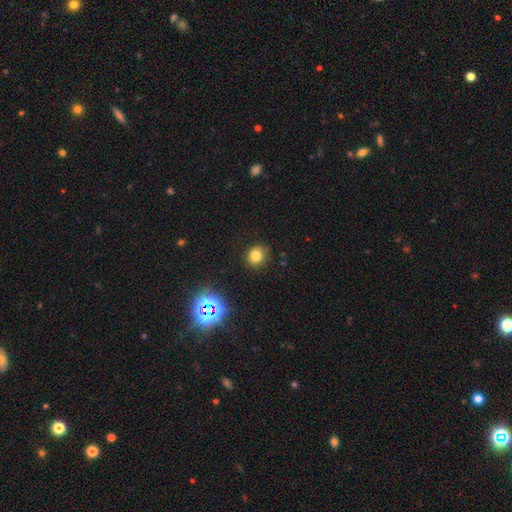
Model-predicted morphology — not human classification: A smooth galaxy with no disk features (76%) that is round (80%).

Vote fractions:
- Smooth or featured? smooth: 76% / star or artifact: 17% / featured or disk: 7%
- How rounded? round: 80% / in between: 19% / cigar-shaped: 1%
- Merging? none: 88% / minor disturbance: 9% / major disturbance: 2% / merger: 1%